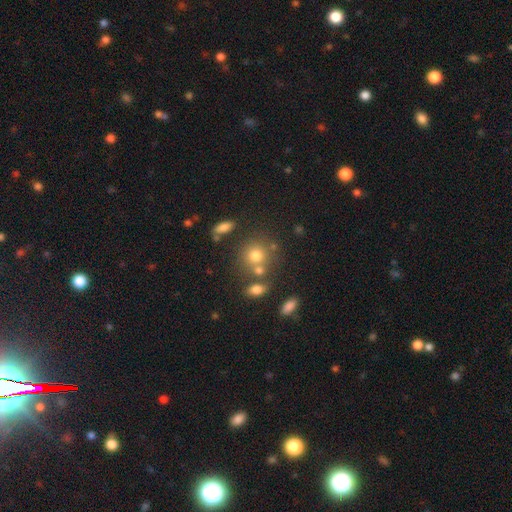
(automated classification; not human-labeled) This is likely a smooth galaxy (73%). How rounded: clearly round (81%). Merging: possibly none (59%).